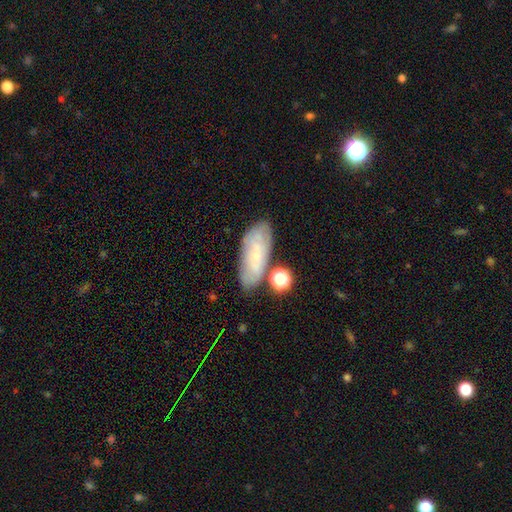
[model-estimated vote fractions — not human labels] Smooth or featured?
  - smooth: 49% *
  - featured or disk: 42%
  - star or artifact: 9%
Merging?
  - none: 67% *
  - minor disturbance: 18%
  - merger: 10%
  - major disturbance: 5%